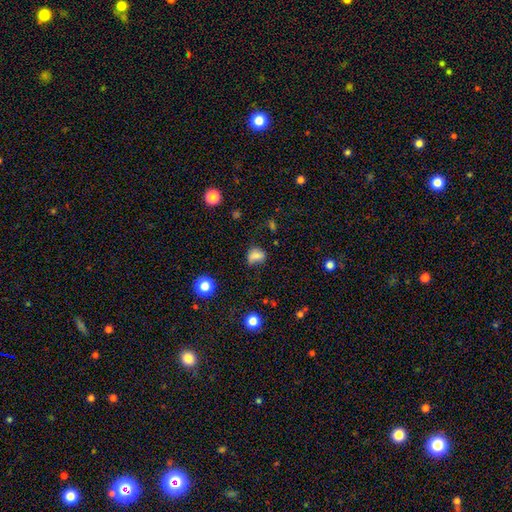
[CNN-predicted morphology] Smooth or featured? smooth (75%)
How rounded? in between (54%)
Merging? none (54%)